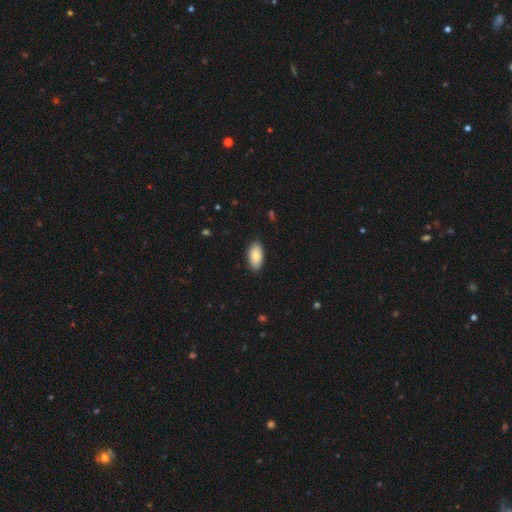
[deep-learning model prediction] Smooth or featured: smooth — 84% (featured or disk — 10%)
How rounded: in between — 95% (cigar-shaped — 3%)
Merging: none — 87% (minor disturbance — 11%)